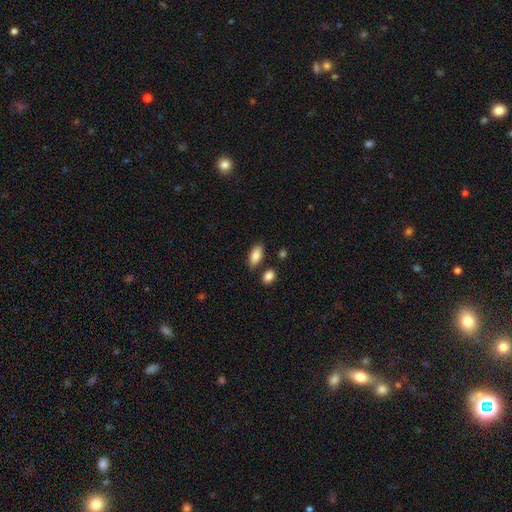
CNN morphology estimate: Q: Smooth or featured?
A: smooth (86%); runner-up: featured or disk (7%)
Q: How rounded?
A: in between (90%); runner-up: cigar-shaped (6%)
Q: Merging?
A: none (81%); runner-up: minor disturbance (11%)